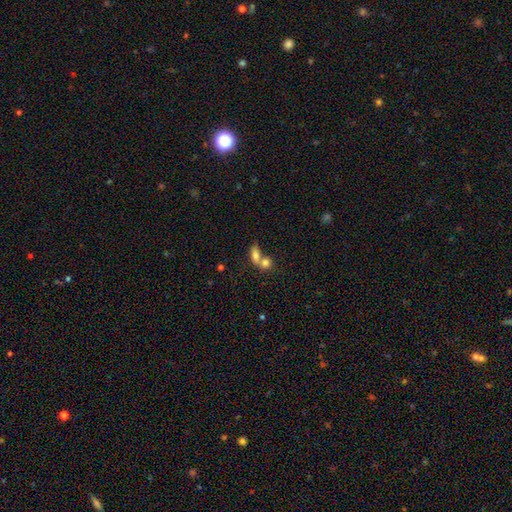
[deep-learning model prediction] This is likely a smooth galaxy (75%). How rounded: likely in between (72%). Merging: likely merger (66%).